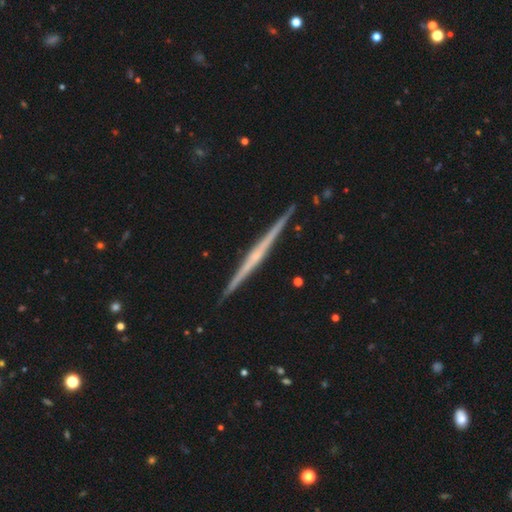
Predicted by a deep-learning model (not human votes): smooth_or_featured: featured or disk (p=0.79) [alt: smooth p=0.16]
disk_edge_on: yes (p=0.99) [alt: no p=0.01]
edge_on_bulge: none (p=0.56) [alt: rounded p=0.34]
merging: none (p=0.91) [alt: minor disturbance p=0.07]